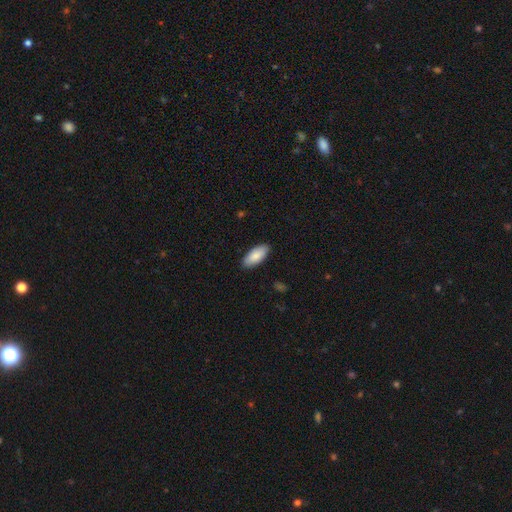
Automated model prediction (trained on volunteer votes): smooth-or-featured: smooth: 87% | featured or disk: 7% | star or artifact: 5%
  how-rounded: in between: 88% | cigar-shaped: 10% | round: 2%
  merging: none: 88% | minor disturbance: 9% | major disturbance: 2% | merger: 1%